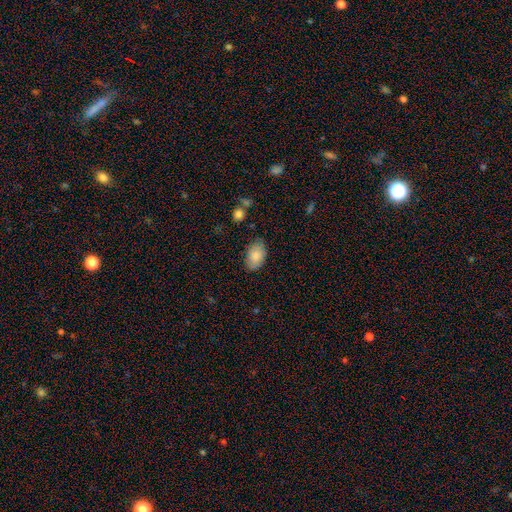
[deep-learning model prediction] Morphology: type=smooth (84%); roundness=in between (92%); merging=none (80%).